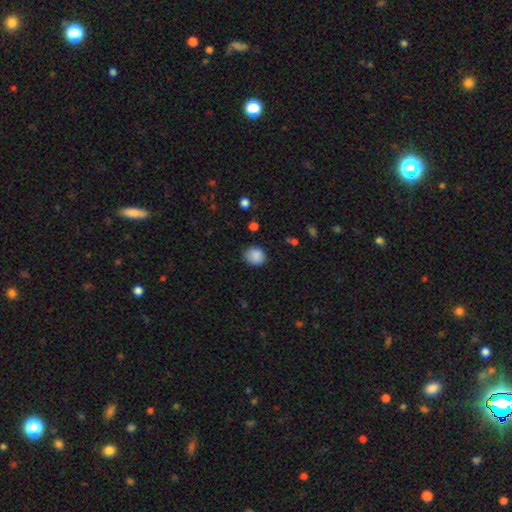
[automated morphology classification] type=smooth (87%); roundness=round (78%); merging=none (80%).